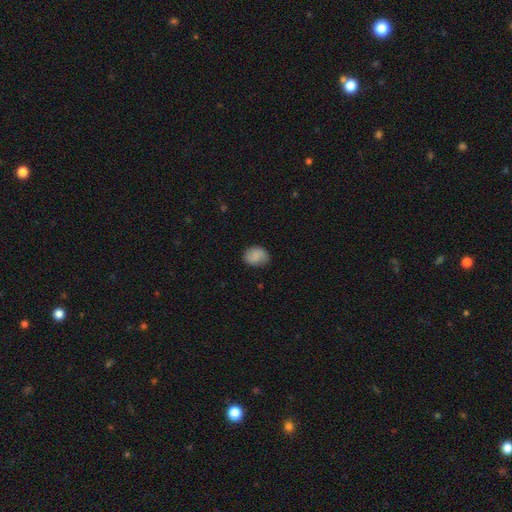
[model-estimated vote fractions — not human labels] Q: Smooth or featured?
A: smooth (86%); runner-up: star or artifact (8%)
Q: How rounded?
A: in between (57%); runner-up: round (42%)
Q: Merging?
A: none (75%); runner-up: minor disturbance (20%)